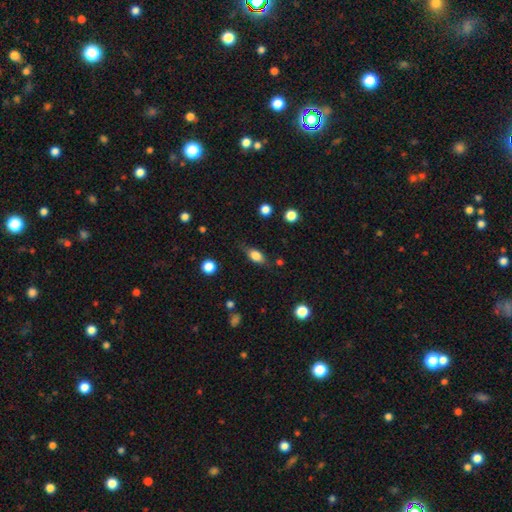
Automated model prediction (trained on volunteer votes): Overall: smooth (73%). How rounded: in between (78%). Merging: none (72%).